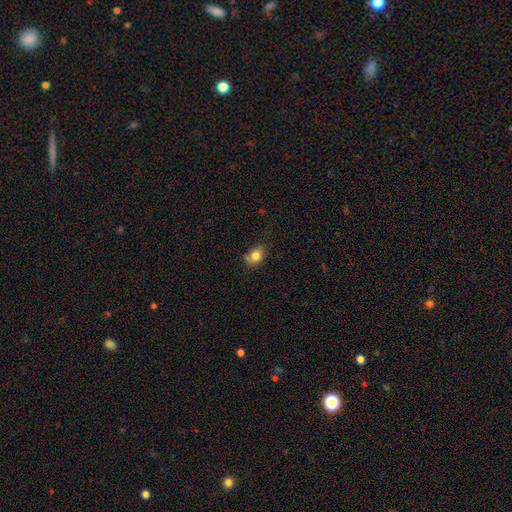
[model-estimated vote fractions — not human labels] smooth 81%, featured or disk 10%, star or artifact 10%. Down the decision tree: how rounded — in between (63%); merging — none (57%).